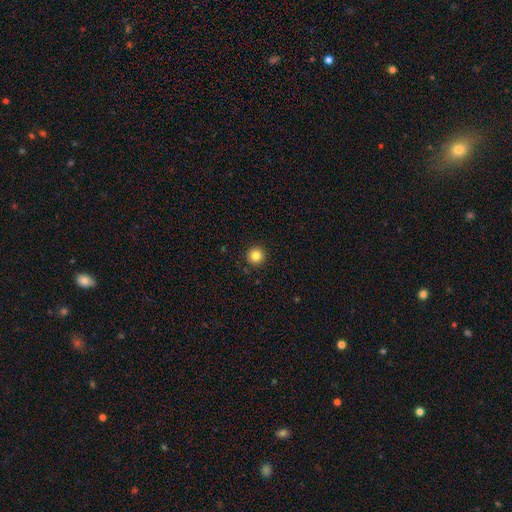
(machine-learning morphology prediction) Overall: smooth (85%). How rounded: round (96%). Merging: none (92%).